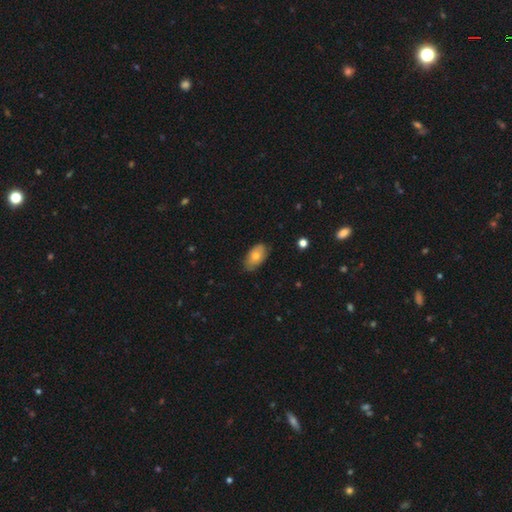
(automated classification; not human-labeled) Smooth or featured?
  - smooth: 70% *
  - featured or disk: 23%
  - star or artifact: 7%
How rounded?
  - in between: 93% *
  - round: 5%
  - cigar-shaped: 3%
Merging?
  - none: 81% *
  - minor disturbance: 16%
  - major disturbance: 2%
  - merger: 1%